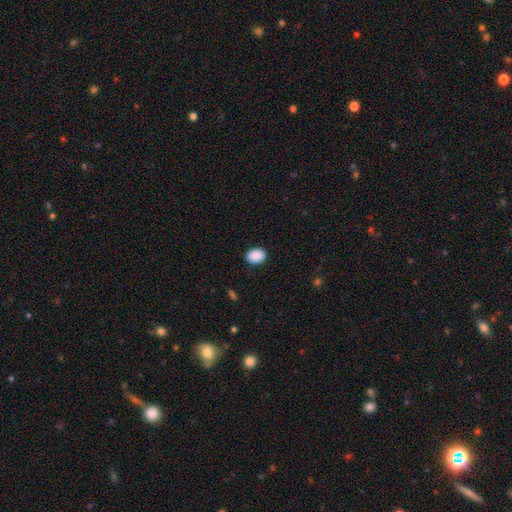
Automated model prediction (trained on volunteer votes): The model was most divided on "how rounded": in between: 62%, round: 37%, cigar-shaped: 1%. More confident: smooth or featured — smooth (90%); merging — none (89%).